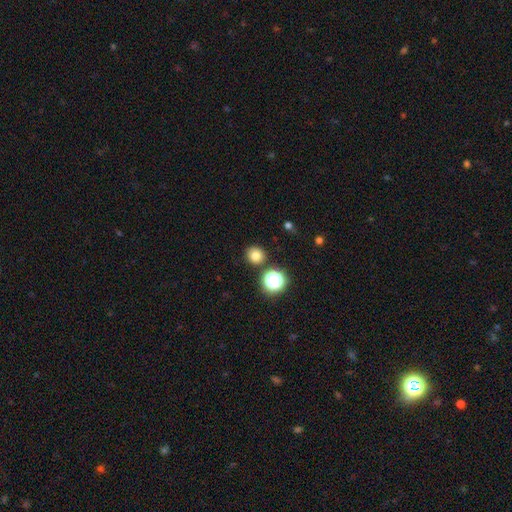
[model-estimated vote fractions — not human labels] smooth-or-featured: smooth: 77% | star or artifact: 16% | featured or disk: 6%
  how-rounded: round: 88% | in between: 11% | cigar-shaped: 1%
  merging: none: 86% | minor disturbance: 7% | merger: 5% | major disturbance: 2%